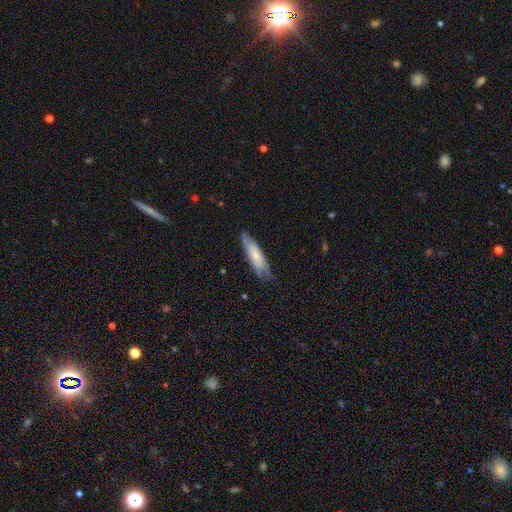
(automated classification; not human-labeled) Smooth or featured? Predicted: smooth (p=0.57). How rounded? Predicted: cigar-shaped (p=0.65). Merging? Predicted: none (p=0.68).